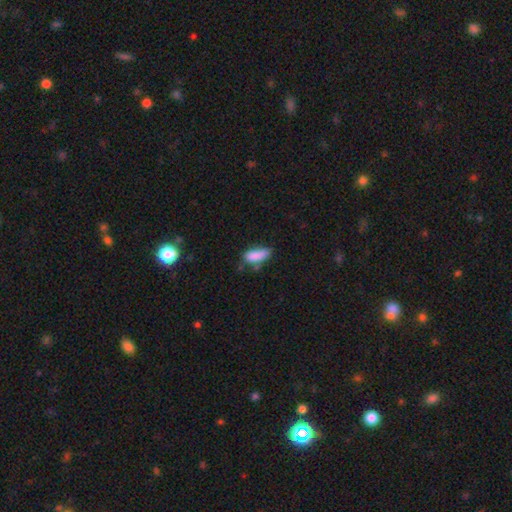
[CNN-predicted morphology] Overall: smooth (85%). How rounded: in between (75%). Merging: none (50%; minor disturbance 34%).